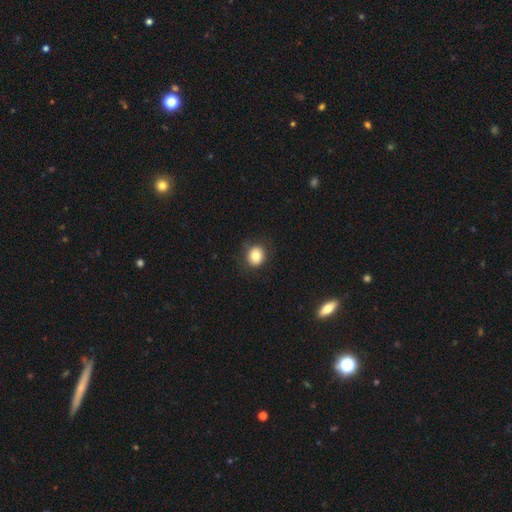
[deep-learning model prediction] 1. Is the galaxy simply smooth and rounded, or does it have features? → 82% smooth, 10% star or artifact, 9% featured or disk.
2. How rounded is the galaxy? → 74% round, 25% in between, 1% cigar-shaped.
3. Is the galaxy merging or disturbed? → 85% none, 10% minor disturbance, 3% major disturbance, 1% merger.